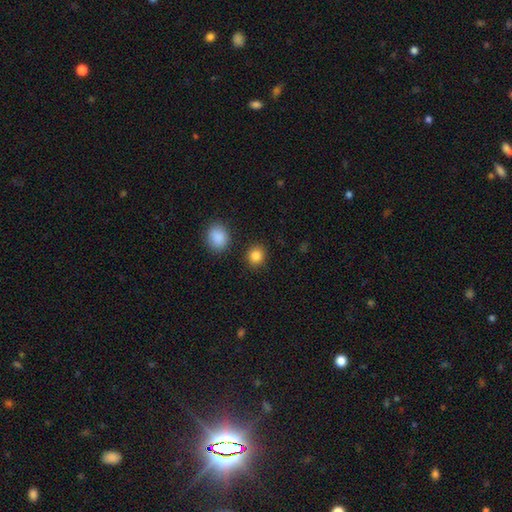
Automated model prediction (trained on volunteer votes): This appears to be a smooth galaxy with no disk features (85%) that is round (79%). Merging: none (87%).